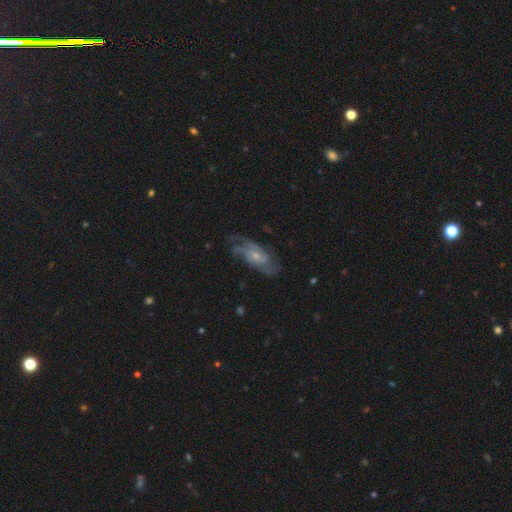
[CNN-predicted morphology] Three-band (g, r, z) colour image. It shows a featured or disk galaxy (80%) with no bar (66%), 2 (37%) medium (47%) spiral arms (93%) and a small central bulge (65%). Merging: none (64%).